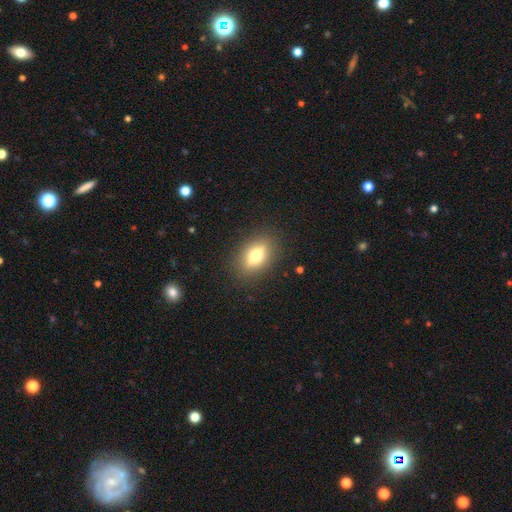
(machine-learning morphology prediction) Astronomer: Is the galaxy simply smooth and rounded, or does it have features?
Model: smooth — 53% (runner-up: featured or disk, 37%).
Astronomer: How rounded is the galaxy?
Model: in between — 71%.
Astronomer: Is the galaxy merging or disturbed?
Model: none — 86%.